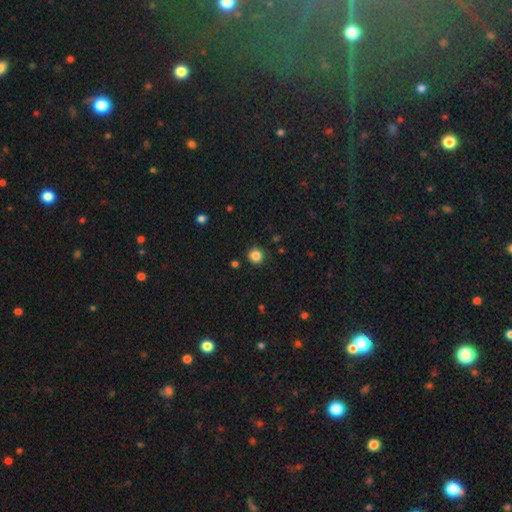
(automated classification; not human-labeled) A smooth galaxy with no disk features (85%) that is round (91%). Merging: none (89%).